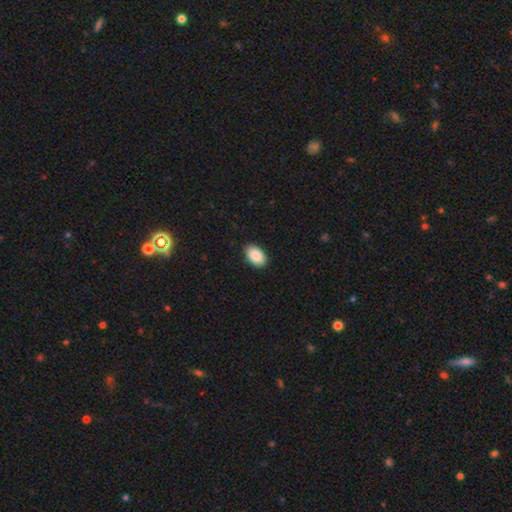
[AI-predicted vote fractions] This appears to be a smooth galaxy with no disk features (90%) that is in between round and cigar-shaped (93%). Merging: none (87%).